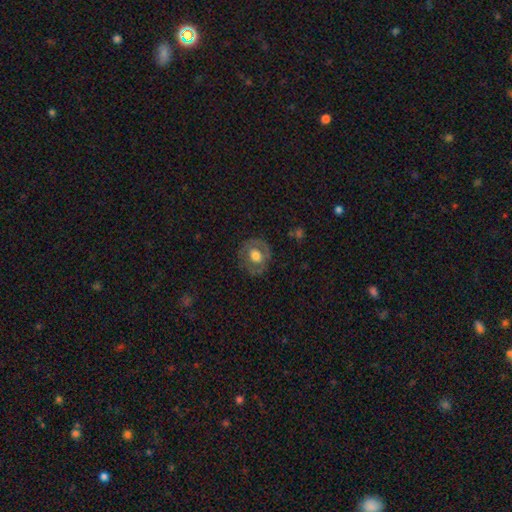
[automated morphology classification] This is possibly a smooth galaxy (51%). How rounded: likely round (75%). Merging: likely none (77%).